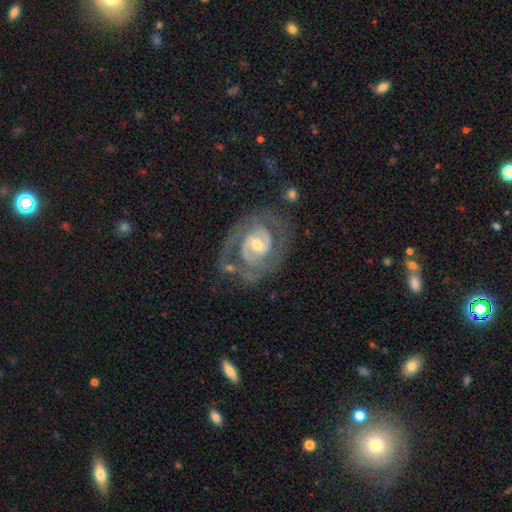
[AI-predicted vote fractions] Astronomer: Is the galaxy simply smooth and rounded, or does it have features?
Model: featured or disk — 89%.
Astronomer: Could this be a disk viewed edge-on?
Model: no — 97%.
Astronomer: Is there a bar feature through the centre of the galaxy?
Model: no — 42% (runner-up: weak, 40%).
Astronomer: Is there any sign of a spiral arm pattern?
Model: yes — 94%.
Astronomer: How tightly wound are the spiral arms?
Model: tight — 57% (runner-up: medium, 35%).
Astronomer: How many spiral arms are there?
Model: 2 — 75%.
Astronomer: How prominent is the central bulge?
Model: moderate — 55% (runner-up: small, 40%).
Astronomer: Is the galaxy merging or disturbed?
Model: none — 68%.